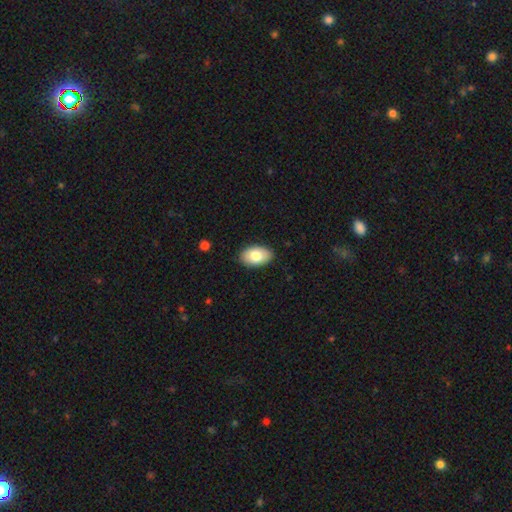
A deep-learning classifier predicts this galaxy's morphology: smooth_or_featured: smooth (p=0.80) [alt: featured or disk p=0.14]
how_rounded: in between (p=0.92) [alt: round p=0.06]
merging: none (p=0.88) [alt: minor disturbance p=0.09]